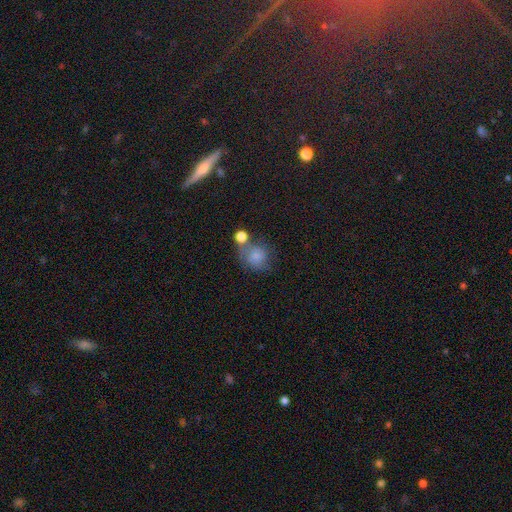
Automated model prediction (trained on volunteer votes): Smooth or featured? smooth (76%)
How rounded? round (75%)
Merging? none (42%)